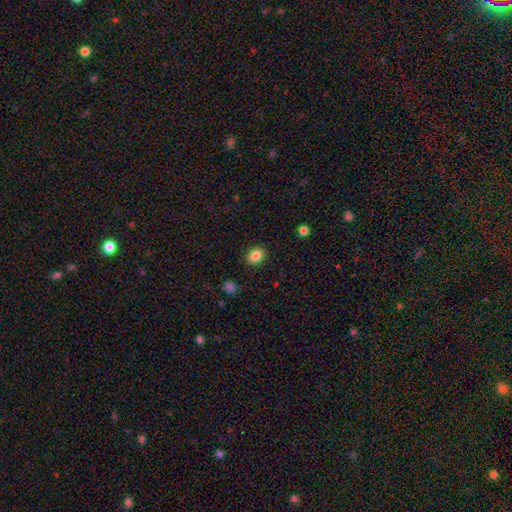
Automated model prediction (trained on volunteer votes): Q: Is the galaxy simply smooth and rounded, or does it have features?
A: smooth — 86%.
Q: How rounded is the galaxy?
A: in between — 54%.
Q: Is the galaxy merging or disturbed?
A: none — 89%.